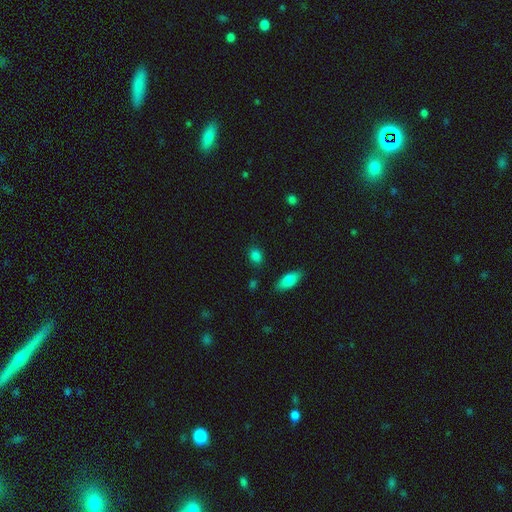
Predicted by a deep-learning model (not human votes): Smooth or featured: smooth — 85% (star or artifact — 10%)
How rounded: in between — 57% (round — 40%)
Merging: none — 83% (minor disturbance — 11%)